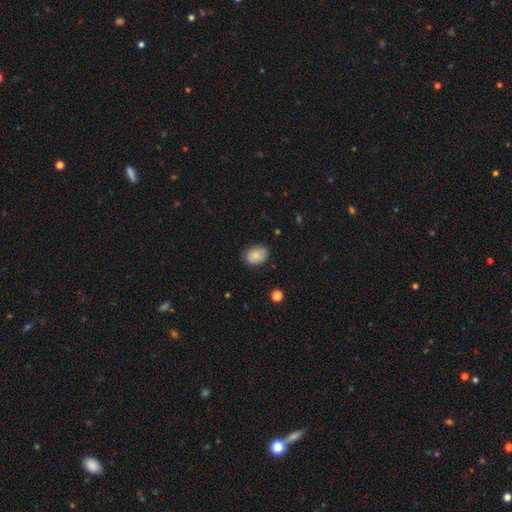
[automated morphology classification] smooth_or_featured: smooth (p=0.83) [alt: featured or disk p=0.09]
how_rounded: in between (p=0.71) [alt: round p=0.28]
merging: none (p=0.79) [alt: minor disturbance p=0.17]